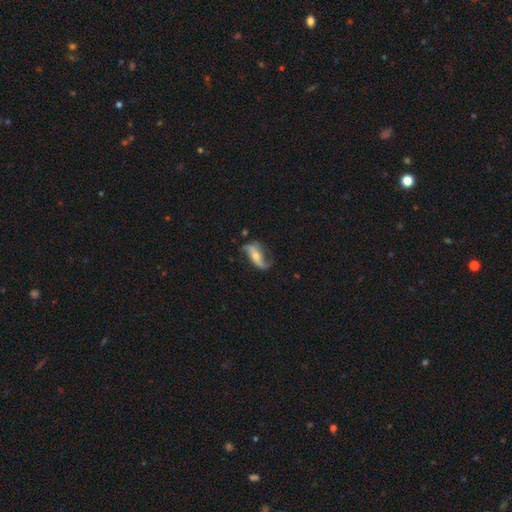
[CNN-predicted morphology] Smooth or featured: featured or disk — 77% (smooth — 17%)
Edge-on disk: no — 89% (yes — 11%)
Bar: no — 43% (strong — 30%)
Spiral arms: yes — 91% (no — 9%)
Spiral winding: loose — 79% (medium — 15%)
Spiral arm count: 2 — 86% (1 — 7%)
Bulge size: moderate — 49% (small — 43%)
Merging: none — 60% (minor disturbance — 23%)